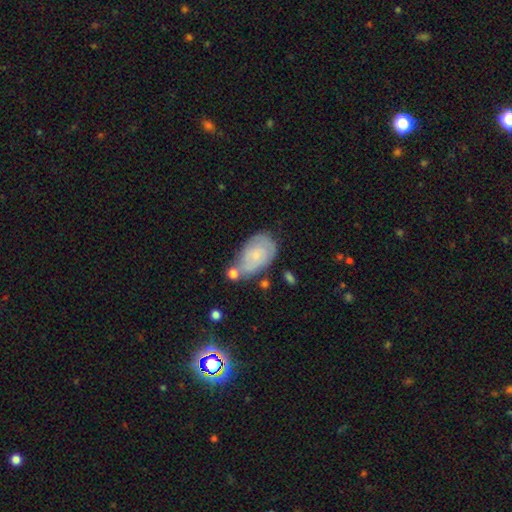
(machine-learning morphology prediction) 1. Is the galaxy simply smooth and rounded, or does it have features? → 50% smooth, 42% featured or disk, 8% star or artifact.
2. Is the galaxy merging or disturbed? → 44% none, 29% minor disturbance, 16% merger, 11% major disturbance.